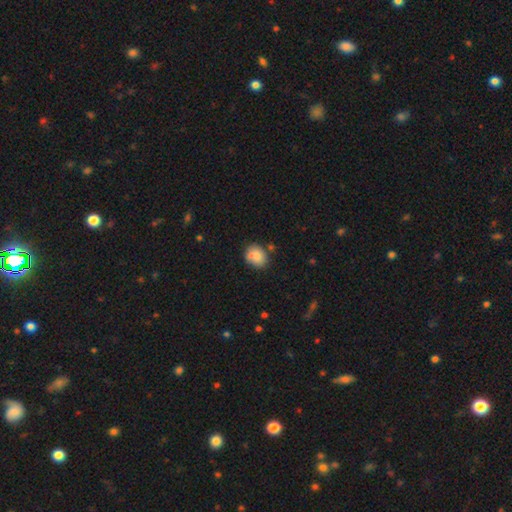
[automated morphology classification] A smooth galaxy with no disk features (77%) that is round (54%). Merging: none (60%).